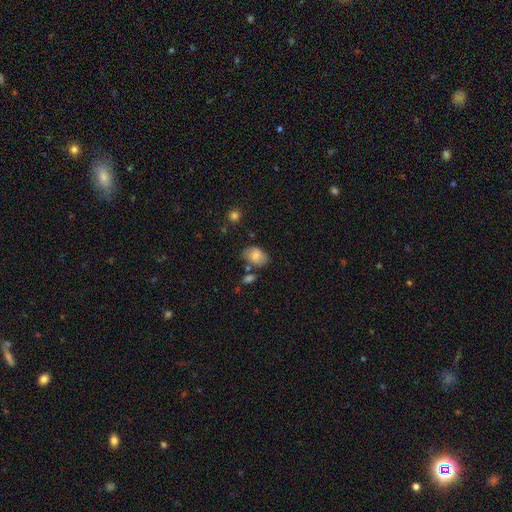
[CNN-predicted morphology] Smooth or featured: smooth — 78% (featured or disk — 14%)
How rounded: in between — 84% (round — 15%)
Merging: none — 64% (minor disturbance — 22%)